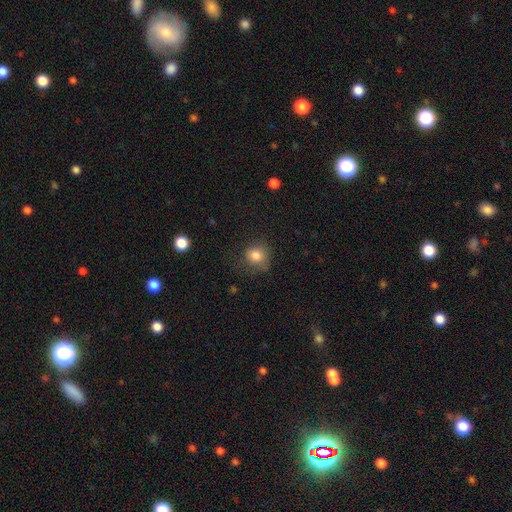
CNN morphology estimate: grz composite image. It shows a smooth galaxy with no disk features (82%) that is round (74%). Merging: none (65%).